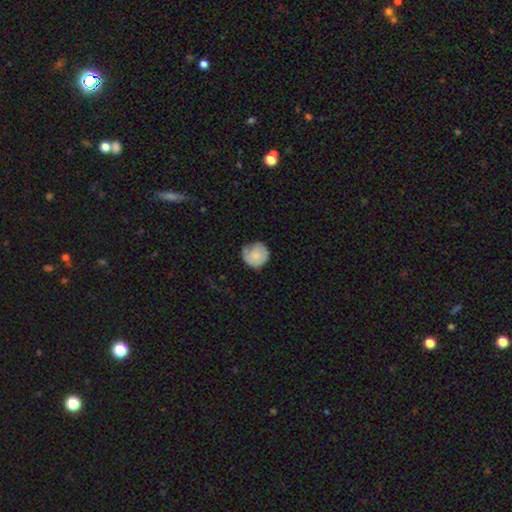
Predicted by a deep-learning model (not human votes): This appears to be a smooth galaxy with no disk features (71%) that is round (89%). Merging: none (56%).